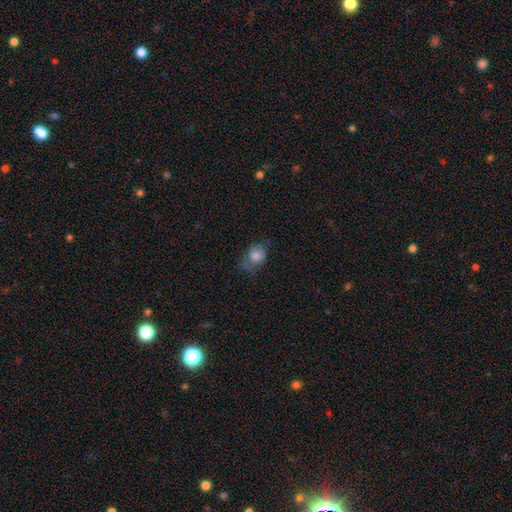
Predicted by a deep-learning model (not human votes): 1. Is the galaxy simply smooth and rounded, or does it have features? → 75% smooth, 15% featured or disk, 10% star or artifact.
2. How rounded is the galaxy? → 55% in between, 43% round, 1% cigar-shaped.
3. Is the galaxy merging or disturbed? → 41% none, 33% minor disturbance, 24% major disturbance, 2% merger.